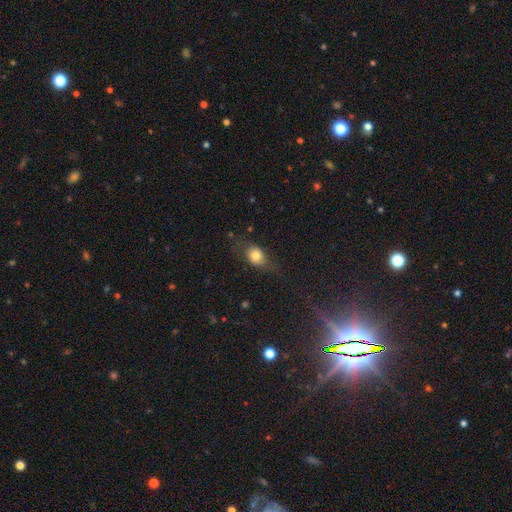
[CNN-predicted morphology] Smooth or featured? Predicted: smooth (p=0.71). How rounded? Predicted: in between (p=0.53). Merging? Predicted: none (p=0.56).